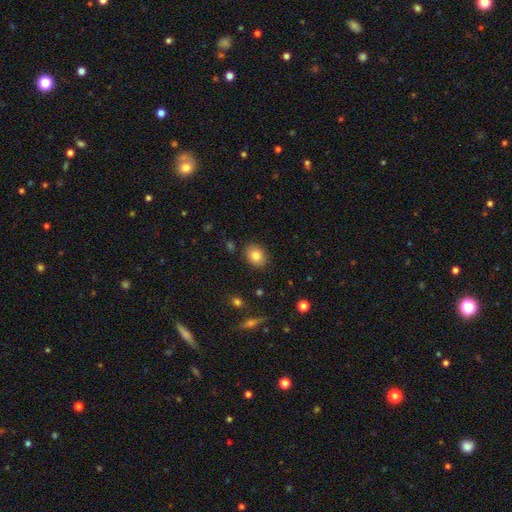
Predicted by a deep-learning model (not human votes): Overall: smooth (83%). How rounded: in between (57%; round 42%). Merging: none (87%).